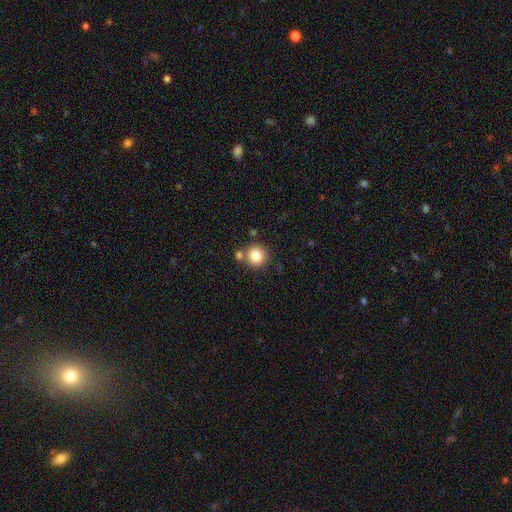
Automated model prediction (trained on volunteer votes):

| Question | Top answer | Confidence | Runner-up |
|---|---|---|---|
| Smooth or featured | smooth | 81% | star or artifact (10%) |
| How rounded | round | 93% | in between (6%) |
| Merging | none | 73% | merger (15%) |